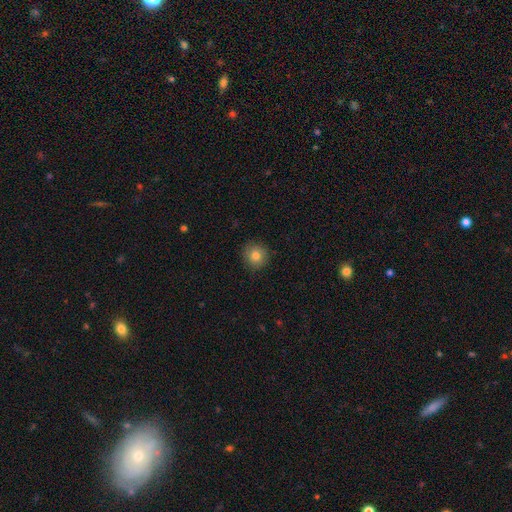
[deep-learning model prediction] Q: Smooth or featured?
A: smooth (80%); runner-up: star or artifact (10%)
Q: How rounded?
A: round (91%); runner-up: in between (8%)
Q: Merging?
A: none (87%); runner-up: minor disturbance (10%)